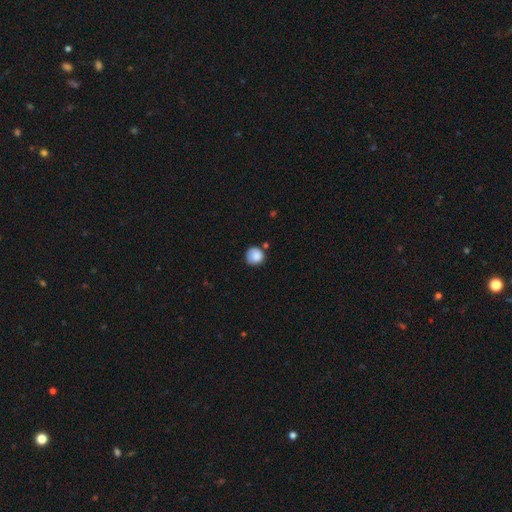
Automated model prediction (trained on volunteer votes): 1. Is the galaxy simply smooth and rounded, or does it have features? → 85% smooth, 8% star or artifact, 7% featured or disk.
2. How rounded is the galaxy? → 92% round, 7% in between, 1% cigar-shaped.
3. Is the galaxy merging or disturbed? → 70% none, 20% minor disturbance, 5% merger, 4% major disturbance.